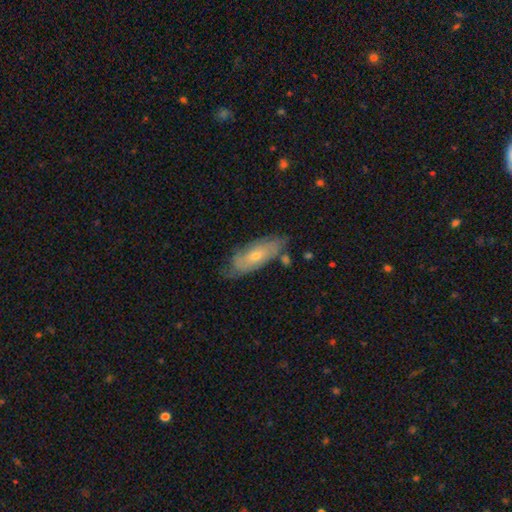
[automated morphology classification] A smooth galaxy with no disk features (47%, tied with featured or disk).

Vote fractions:
- Smooth or featured? smooth: 47% (tied) / featured or disk: 47% (tied) / star or artifact: 6%
- Merging? none: 65% / minor disturbance: 24% / major disturbance: 6% / merger: 4%